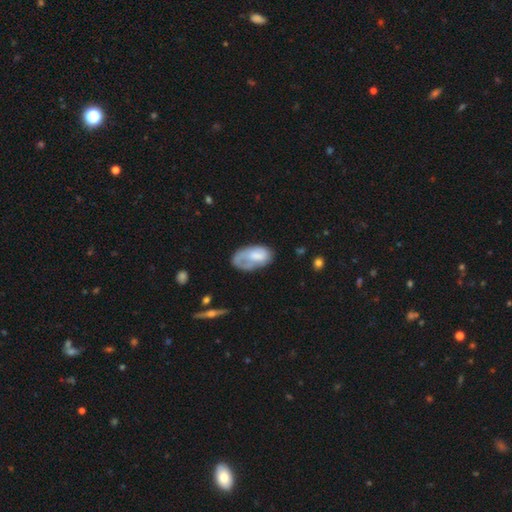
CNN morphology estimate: type=smooth (56%); roundness=in between (93%); merging=none (40%).